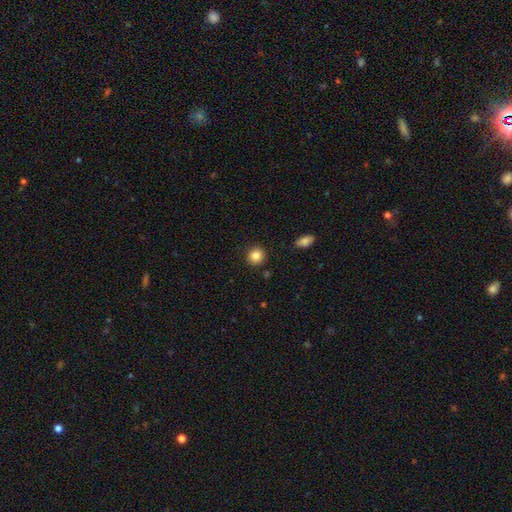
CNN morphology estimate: smooth-or-featured: smooth: 85% | star or artifact: 10% | featured or disk: 5%
  how-rounded: round: 91% | in between: 8% | cigar-shaped: 1%
  merging: none: 90% | minor disturbance: 6% | major disturbance: 2% | merger: 2%